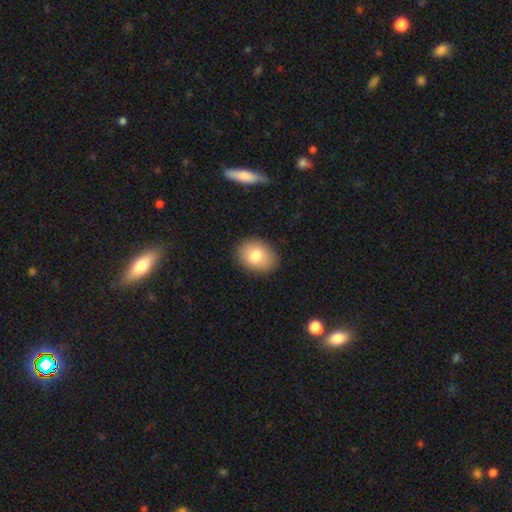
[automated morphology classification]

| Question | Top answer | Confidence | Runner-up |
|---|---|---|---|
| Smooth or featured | smooth | 79% | featured or disk (13%) |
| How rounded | in between | 62% | round (37%) |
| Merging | none | 87% | minor disturbance (9%) |